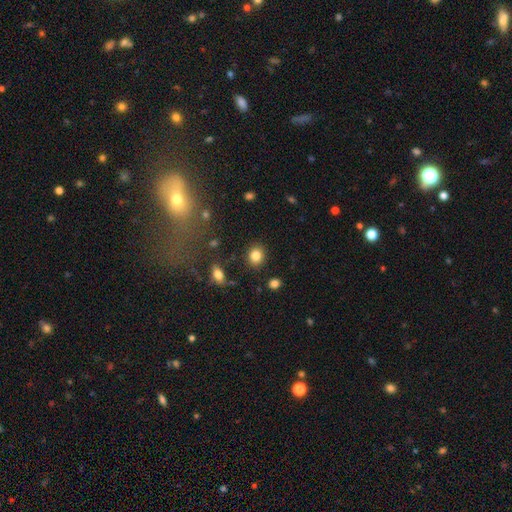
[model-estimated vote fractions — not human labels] Smooth or featured? Predicted: smooth (p=0.84). How rounded? Predicted: round (p=0.73). Merging? Predicted: none (p=0.88).